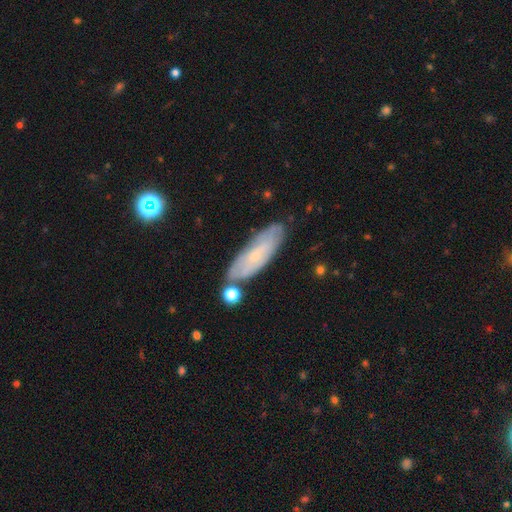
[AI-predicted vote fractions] Overall: featured or disk (51%; smooth 41%). Edge-on disk: no (73%). Merging: none (75%).